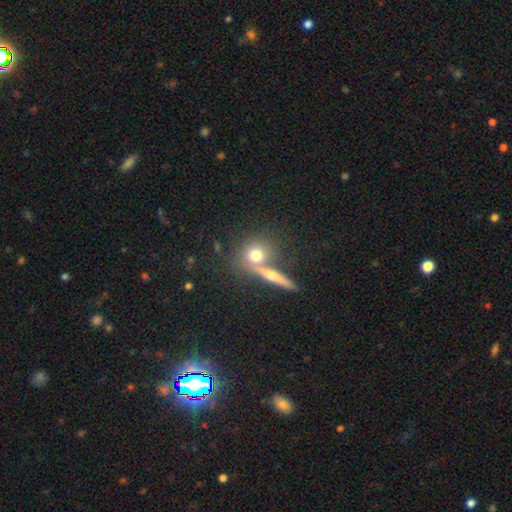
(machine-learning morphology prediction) Overall: smooth (66%). How rounded: round (76%). Merging: none (58%; merger 29%).